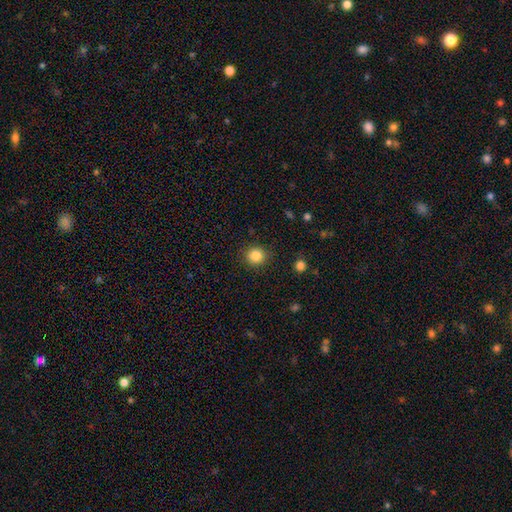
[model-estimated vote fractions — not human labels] Smooth or featured? Predicted: smooth (p=0.85). How rounded? Predicted: round (p=0.92). Merging? Predicted: none (p=0.90).